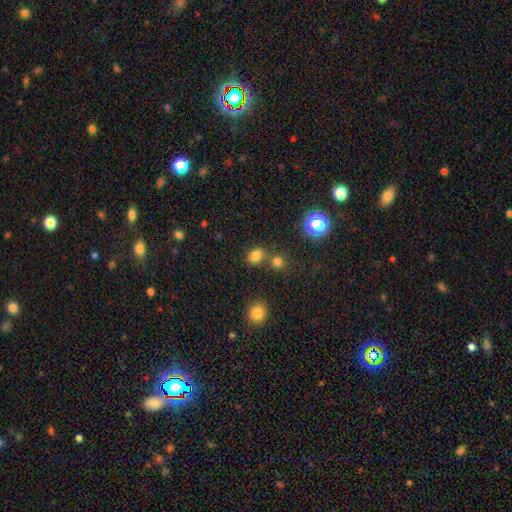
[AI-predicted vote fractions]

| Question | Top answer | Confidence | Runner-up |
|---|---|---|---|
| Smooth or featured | smooth | 77% | star or artifact (17%) |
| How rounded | round | 50% | in between (48%) |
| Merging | none | 64% | merger (21%) |